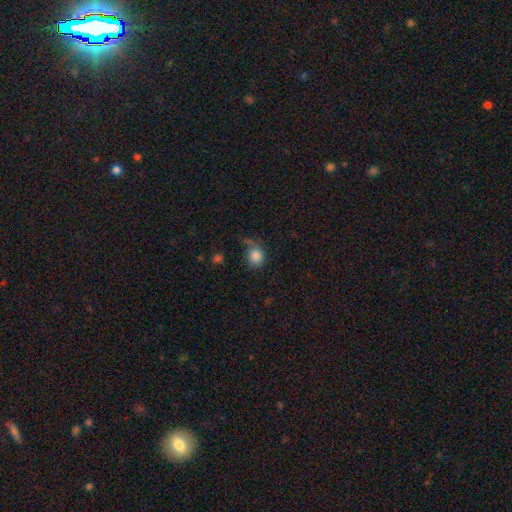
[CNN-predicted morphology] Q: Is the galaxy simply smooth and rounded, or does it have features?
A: smooth — 82%.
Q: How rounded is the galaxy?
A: round — 72%.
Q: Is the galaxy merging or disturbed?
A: none — 51%.